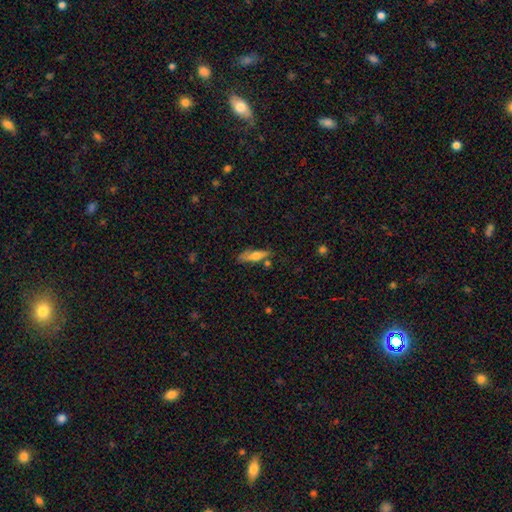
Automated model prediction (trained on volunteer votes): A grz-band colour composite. It shows a smooth galaxy with no disk features (58%) that is cigar-shaped (59%). Merging: none (64%).